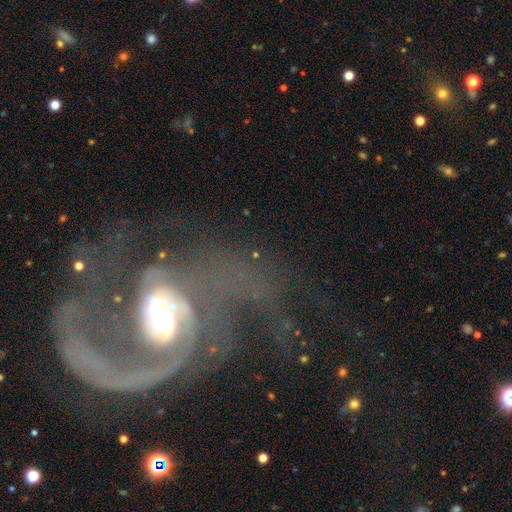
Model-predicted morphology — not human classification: featured or disk 56%, star or artifact 23%, smooth 22%. Down the decision tree: edge-on disk — no (89%); merging — major disturbance (36%).